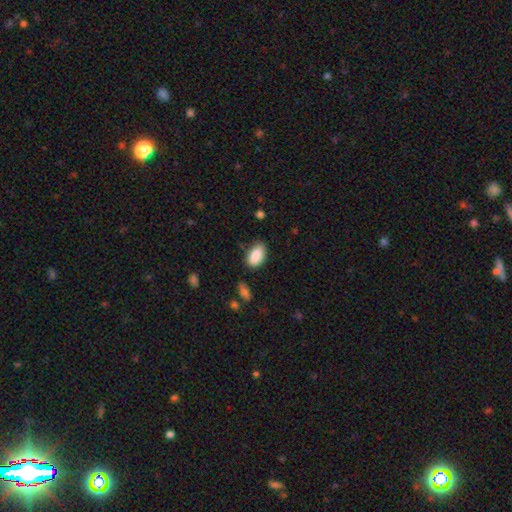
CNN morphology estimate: Q: Smooth or featured?
A: smooth (88%); runner-up: star or artifact (7%)
Q: How rounded?
A: in between (93%); runner-up: round (4%)
Q: Merging?
A: none (73%); runner-up: minor disturbance (20%)